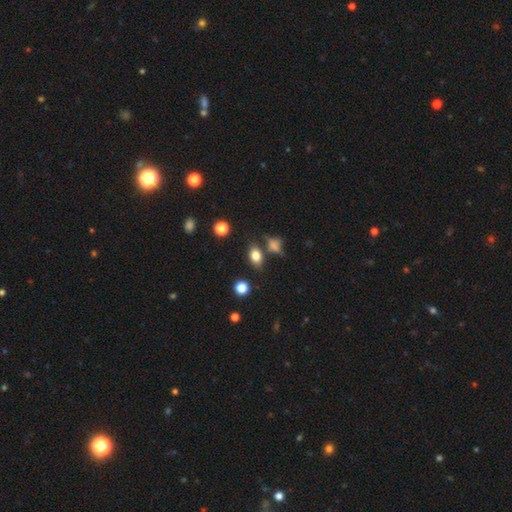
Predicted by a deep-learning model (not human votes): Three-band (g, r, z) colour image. It shows a smooth galaxy with no disk features (79%) that is in between round and cigar-shaped (78%). Merging: none (72%).